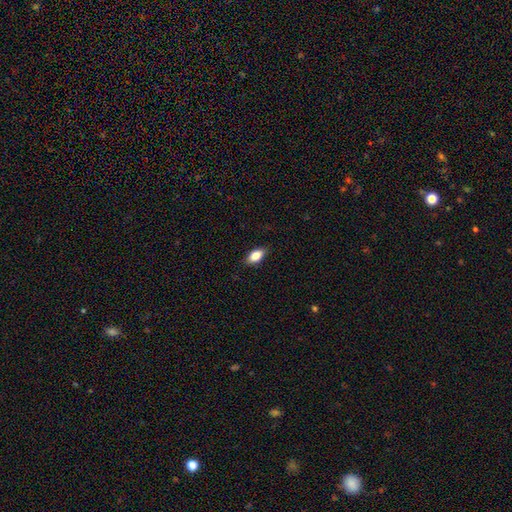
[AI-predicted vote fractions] A smooth galaxy with no disk features (79%) that is in between round and cigar-shaped (87%). Merging: none (85%).